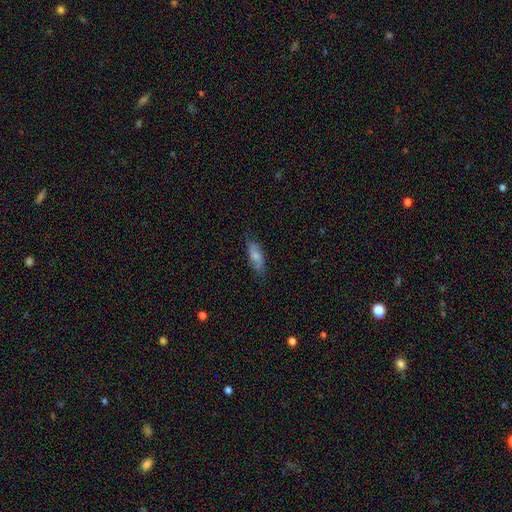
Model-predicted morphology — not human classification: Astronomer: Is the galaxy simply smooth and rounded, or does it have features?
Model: smooth — 70%.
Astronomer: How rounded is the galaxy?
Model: in between — 62%.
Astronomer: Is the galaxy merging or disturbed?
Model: none — 72%.